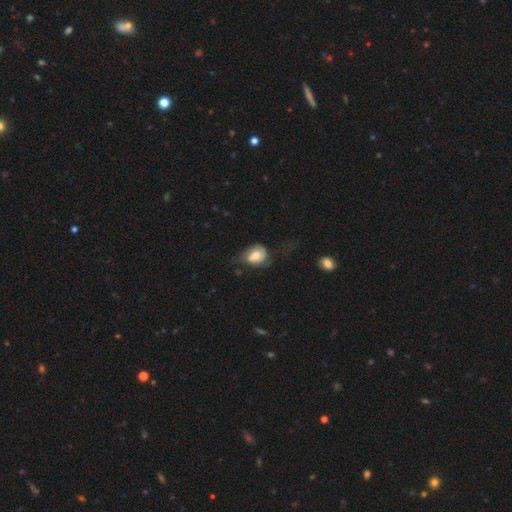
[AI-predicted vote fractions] smooth 63%, featured or disk 30%, star or artifact 8%. Down the decision tree: how rounded — in between (58%); merging — none (40%).